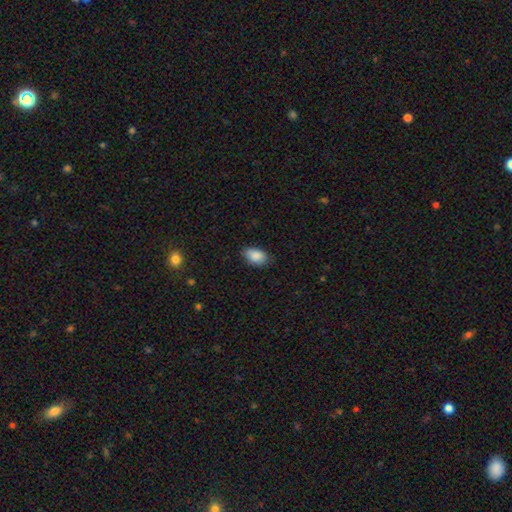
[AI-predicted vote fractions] A smooth galaxy with no disk features (88%) that is in between round and cigar-shaped (92%).

Vote fractions:
- Smooth or featured? smooth: 88% / star or artifact: 7% / featured or disk: 5%
- How rounded? in between: 92% / round: 6% / cigar-shaped: 2%
- Merging? none: 83% / minor disturbance: 14% / major disturbance: 3% / merger: 1%